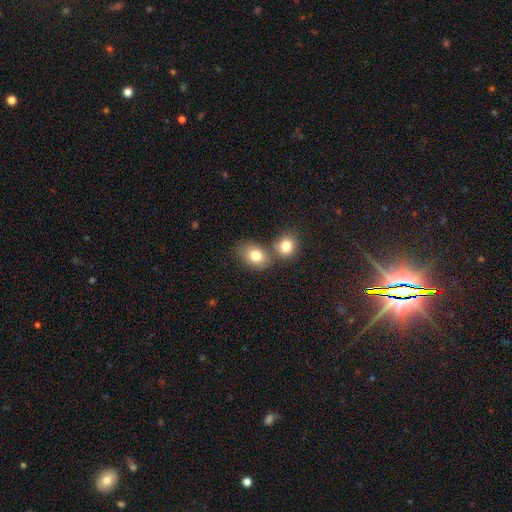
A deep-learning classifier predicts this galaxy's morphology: Q: Smooth or featured?
A: smooth (80%); runner-up: featured or disk (11%)
Q: How rounded?
A: in between (62%); runner-up: round (36%)
Q: Merging?
A: none (50%); runner-up: merger (36%)